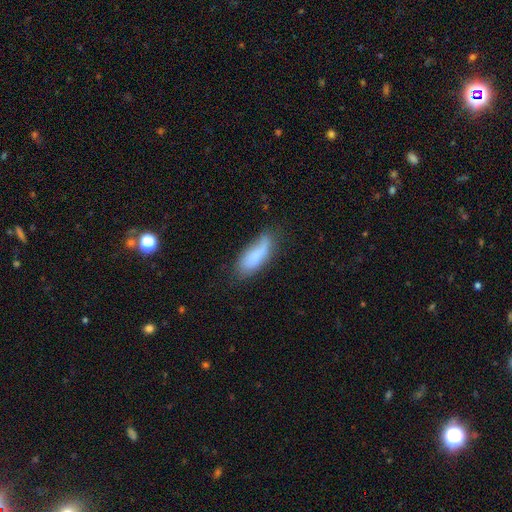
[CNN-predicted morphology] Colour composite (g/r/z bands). It shows a smooth galaxy with no disk features (78%) that is in between round and cigar-shaped (67%). Merging: none (54%).